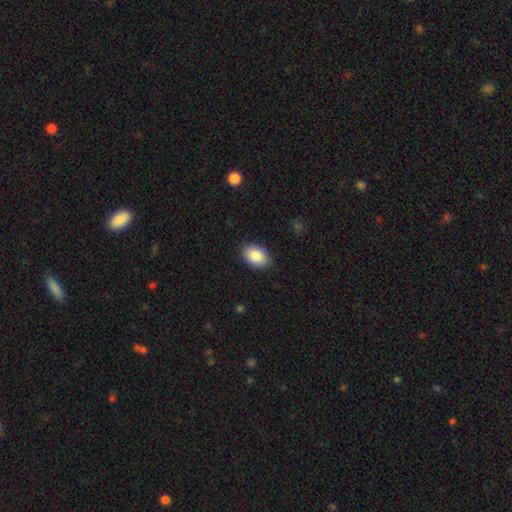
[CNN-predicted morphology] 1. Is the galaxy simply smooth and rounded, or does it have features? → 88% smooth, 7% star or artifact, 6% featured or disk.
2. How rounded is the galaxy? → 90% in between, 9% round, 1% cigar-shaped.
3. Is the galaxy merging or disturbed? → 87% none, 9% minor disturbance, 2% major disturbance, 1% merger.